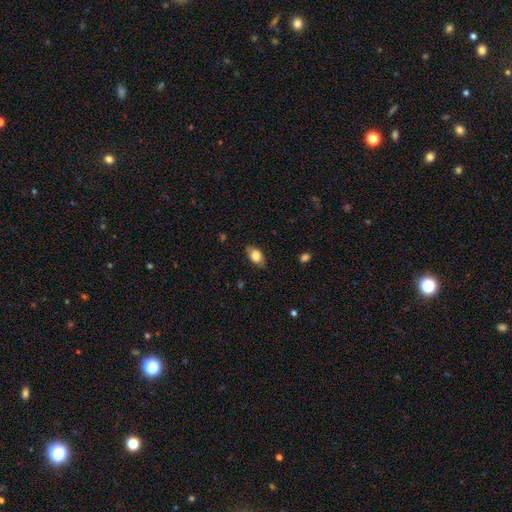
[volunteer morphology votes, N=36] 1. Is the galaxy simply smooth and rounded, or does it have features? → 72% smooth, 25% featured or disk, 3% star or artifact.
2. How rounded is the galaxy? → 88% in between, 8% cigar-shaped, 4% round.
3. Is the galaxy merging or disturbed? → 74% none, 20% minor disturbance, 6% major disturbance, 0% merger.